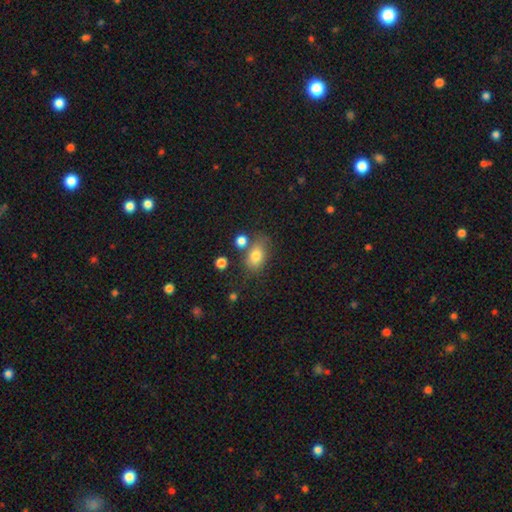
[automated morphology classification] Overall: smooth (79%). How rounded: in between (78%). Merging: none (57%; minor disturbance 20%).